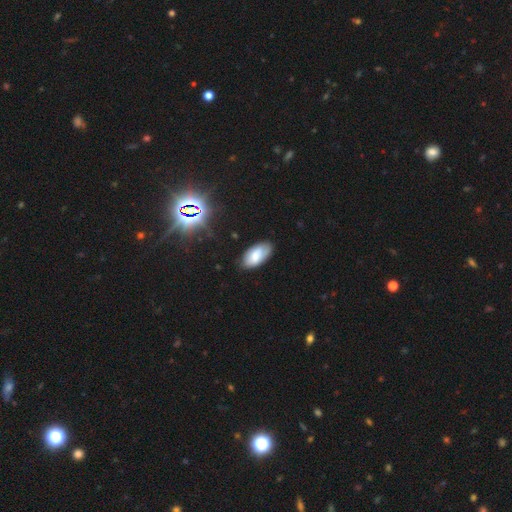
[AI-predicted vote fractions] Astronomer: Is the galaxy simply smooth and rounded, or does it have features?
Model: smooth — 71%.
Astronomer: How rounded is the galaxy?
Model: in between — 95%.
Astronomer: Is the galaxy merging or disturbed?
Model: none — 74%.